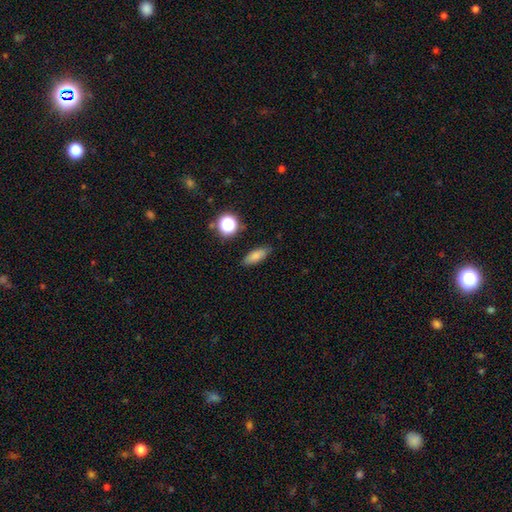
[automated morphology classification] type=smooth (79%); roundness=in between (67%); merging=none (83%).